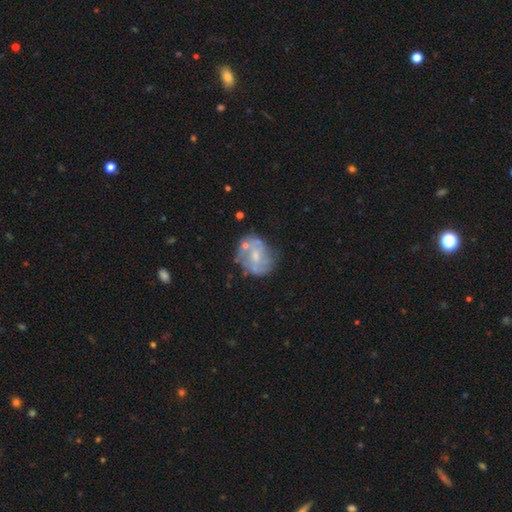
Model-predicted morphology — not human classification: Smooth or featured? featured or disk (67%)
Edge-on disk? no (98%)
Bar? no (56%)
Spiral arms? yes (56%)
Bulge size? moderate (44%)
Merging? none (58%)